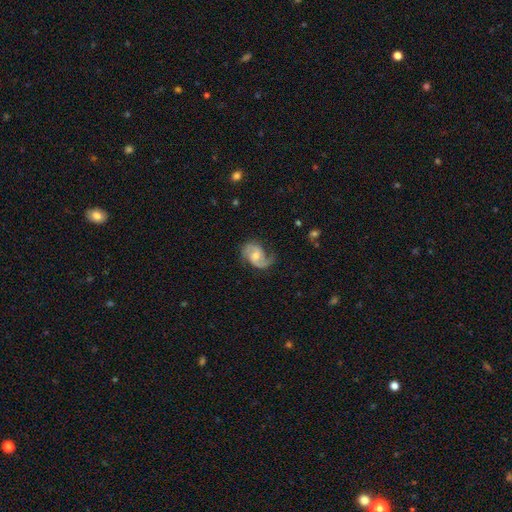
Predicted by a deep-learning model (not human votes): smooth-or-featured: featured or disk: 84% | smooth: 10% | star or artifact: 5%
  disk-edge-on: no: 98% | yes: 2%
    bar: weak: 47% | no: 43% | strong: 10%
    has-spiral-arms: yes: 96% | no: 4%
      spiral-winding: medium: 50% | loose: 34% | tight: 16%
      spiral-arm-count: 2: 87% | 1: 7% | can't tell: 3% | 3: 1% | 4: 1% | more than 4: 1%
    bulge-size: moderate: 55% | small: 34% | large: 5% | none: 5% | dominant: 1%
  merging: none: 67% | minor disturbance: 21% | major disturbance: 11% | merger: 2%